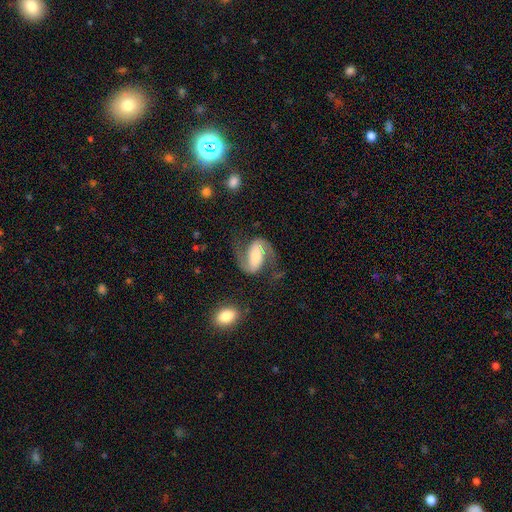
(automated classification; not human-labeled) Smooth or featured? Predicted: featured or disk (p=0.86). Edge-on disk? Predicted: no (p=0.97). Bar? Predicted: strong (p=0.41). Spiral arms? Predicted: yes (p=0.97). Spiral winding? Predicted: medium (p=0.48). Spiral arm count? Predicted: 2 (p=0.93). Bulge size? Predicted: moderate (p=0.46). Merging? Predicted: none (p=0.69).